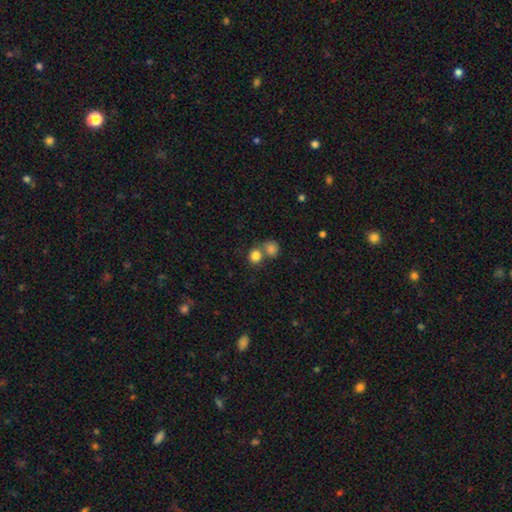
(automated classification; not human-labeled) A smooth galaxy with no disk features (83%) that is round (80%). Merging: none (49%).